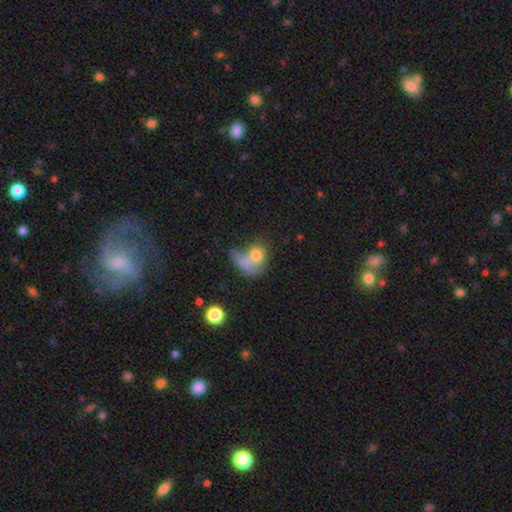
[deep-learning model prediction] Q: Smooth or featured?
A: smooth (71%); runner-up: featured or disk (20%)
Q: How rounded?
A: in between (55%); runner-up: round (43%)
Q: Merging?
A: merger (57%); runner-up: none (19%)